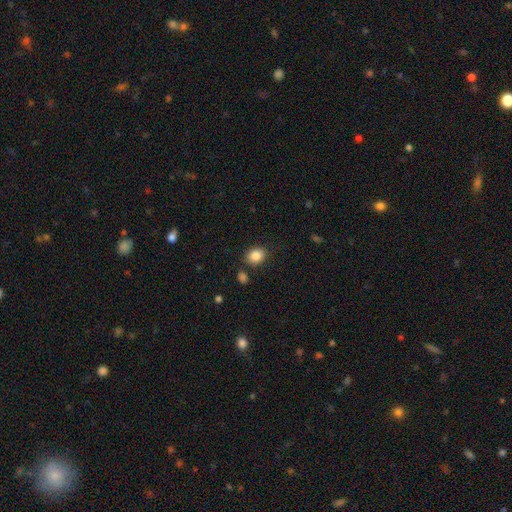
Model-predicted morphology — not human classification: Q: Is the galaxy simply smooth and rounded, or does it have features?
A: smooth — 86%.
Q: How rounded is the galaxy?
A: round — 50%.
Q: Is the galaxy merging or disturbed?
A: none — 80%.